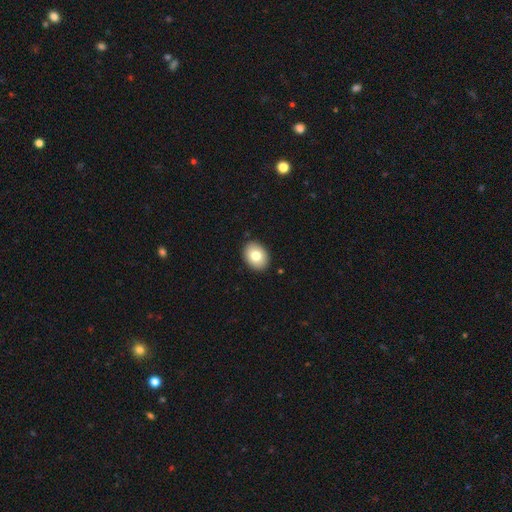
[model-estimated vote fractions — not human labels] This is likely a smooth galaxy (79%). How rounded: likely in between (70%). Merging: clearly none (90%).